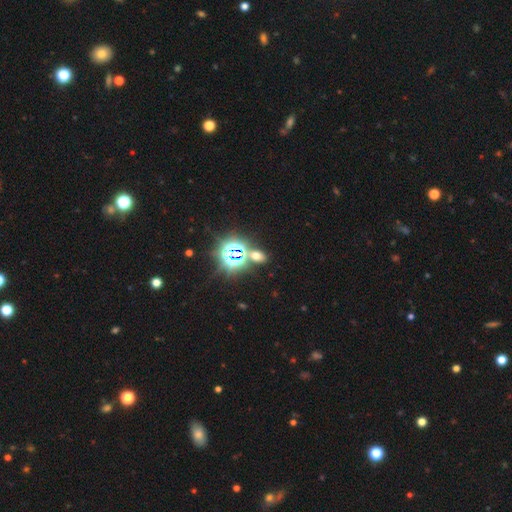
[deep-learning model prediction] Morphology: type=star or artifact (47%).